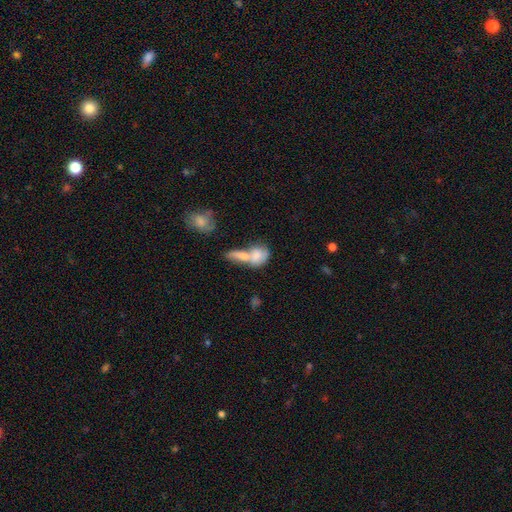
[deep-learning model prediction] Smooth or featured: smooth — 71% (featured or disk — 21%)
How rounded: in between — 66% (round — 27%)
Merging: merger — 69% (none — 16%)